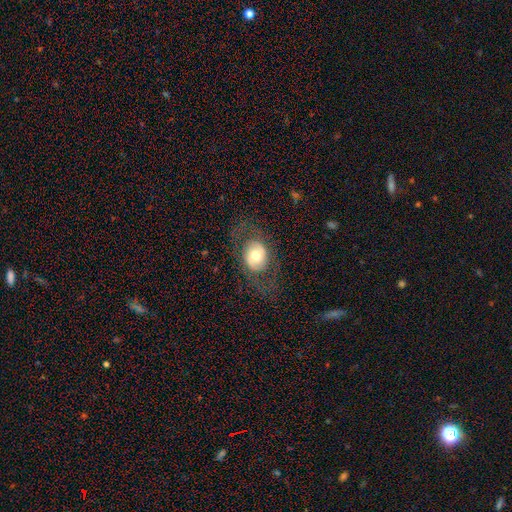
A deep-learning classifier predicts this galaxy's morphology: smooth 50%, featured or disk 43%, star or artifact 8%. Down the decision tree: merging — none (72%).